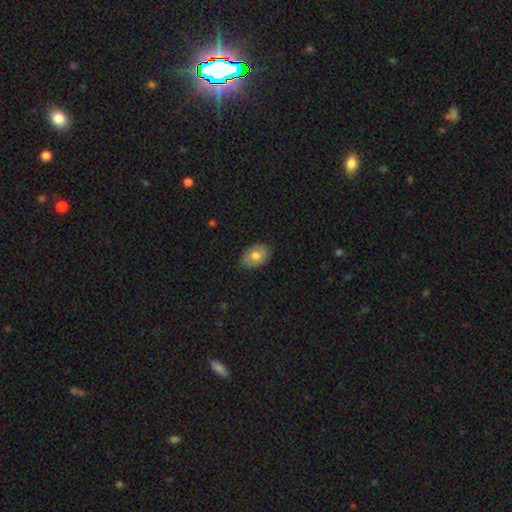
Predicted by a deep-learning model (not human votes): smooth 74%, featured or disk 19%, star or artifact 7%. Down the decision tree: how rounded — in between (83%); merging — none (80%).